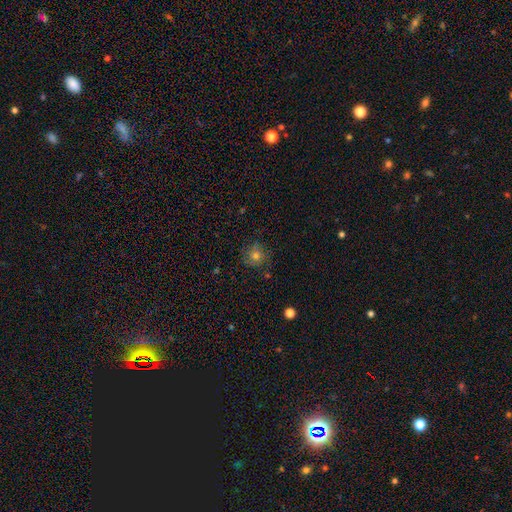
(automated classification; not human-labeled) smooth-or-featured: smooth: 51% | featured or disk: 31% | star or artifact: 19%
  how-rounded: round: 86% | in between: 13% | cigar-shaped: 1%
  merging: none: 76% | minor disturbance: 16% | major disturbance: 7% | merger: 2%